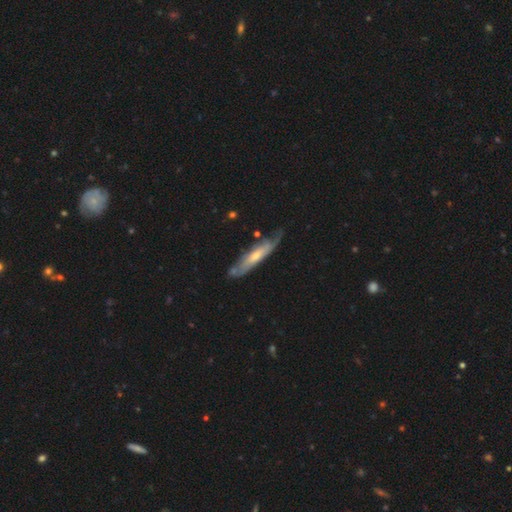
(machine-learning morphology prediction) This appears to be a featured or disk galaxy (62%) viewed edge-on (54%). Merging: none (61%).